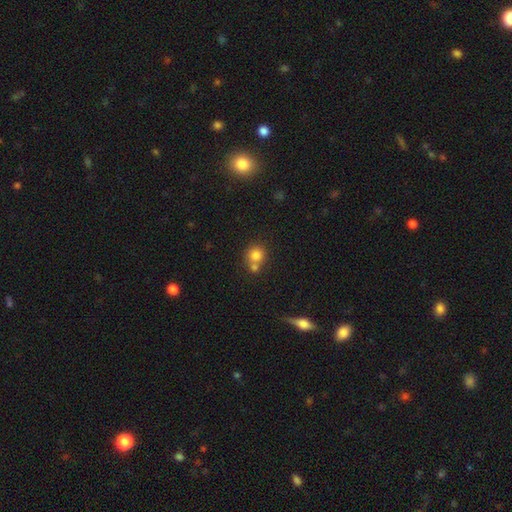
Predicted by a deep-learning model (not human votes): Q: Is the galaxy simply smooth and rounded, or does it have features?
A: smooth — 80%.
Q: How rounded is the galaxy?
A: round — 87%.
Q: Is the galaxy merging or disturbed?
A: none — 50%.